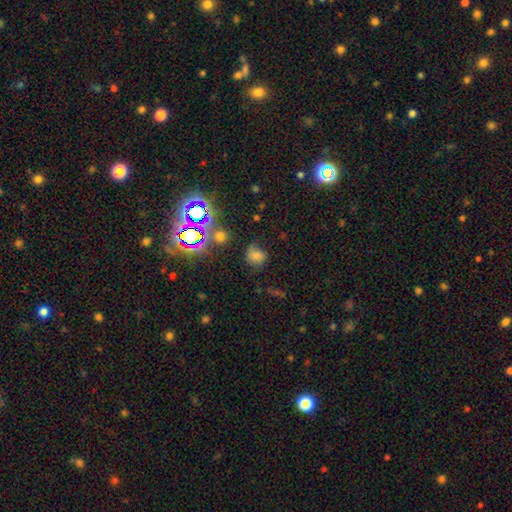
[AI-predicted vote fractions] This appears to be a smooth galaxy with no disk features (65%) that is round (73%). Merging: none (67%).